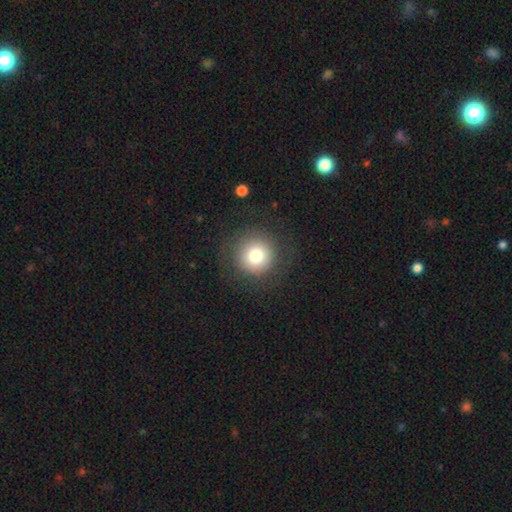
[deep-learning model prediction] The model was most divided on "smooth or featured": smooth: 77%, featured or disk: 12%, star or artifact: 11%. More confident: how rounded — round (96%); merging — none (85%).